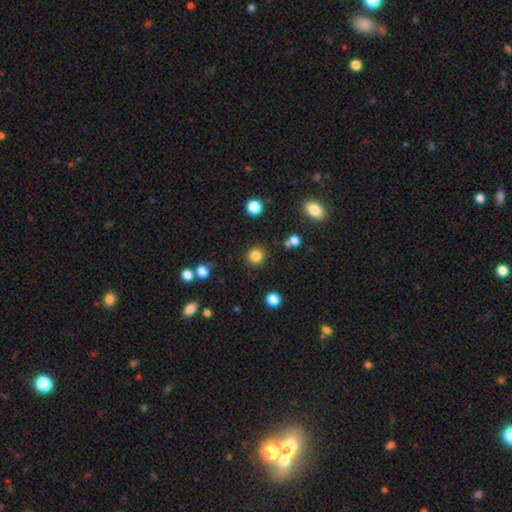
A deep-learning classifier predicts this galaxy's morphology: The model was most divided on "smooth or featured": smooth: 83%, star or artifact: 13%, featured or disk: 4%. More confident: how rounded — round (94%); merging — none (90%).